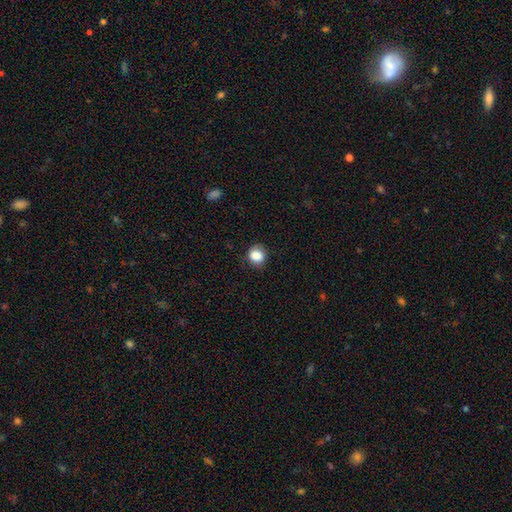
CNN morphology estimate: type=smooth (85%); roundness=round (76%); merging=none (80%).